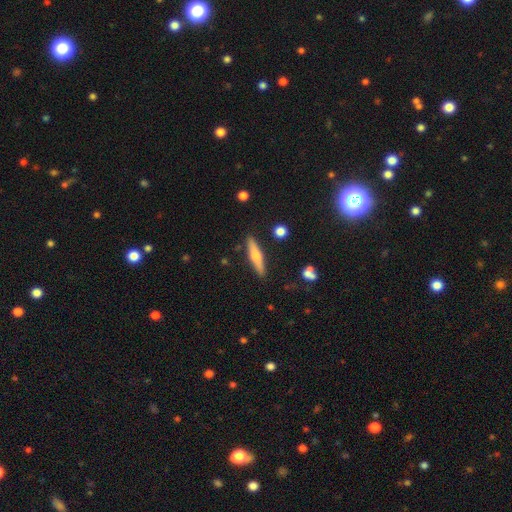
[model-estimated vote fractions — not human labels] The model was most divided on "smooth or featured": featured or disk: 48%, smooth: 45%, star or artifact: 7%. More confident: merging — none (88%).